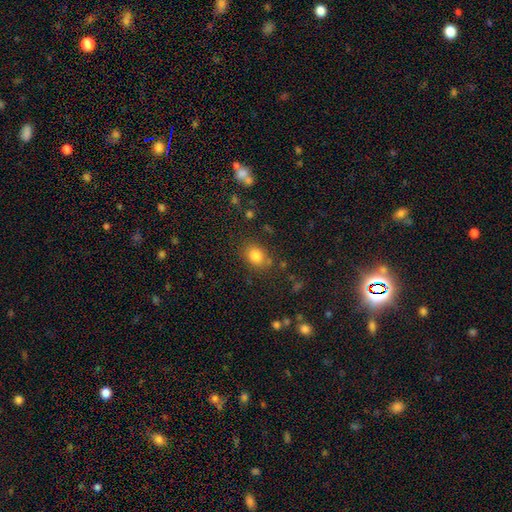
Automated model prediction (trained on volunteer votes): A smooth galaxy with no disk features (83%) that is in between round and cigar-shaped (56%). Merging: none (78%).